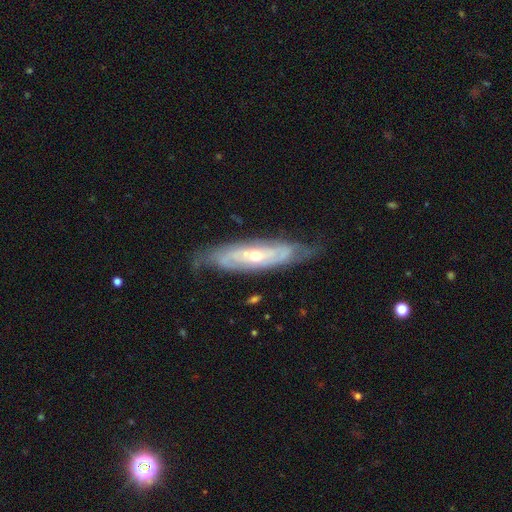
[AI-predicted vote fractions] The model was most divided on "bulge size": moderate: 59%, small: 36%, large: 3%, none: 1%, dominant: 1%. More confident: spiral arms — yes (80%); smooth or featured — featured or disk (78%); edge-on disk — no (75%); bar — no (70%); merging — none (69%).